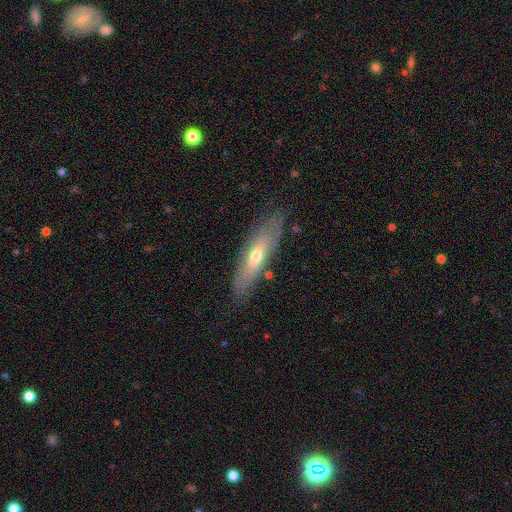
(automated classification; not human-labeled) The model was most divided on "edge-on disk": no: 53%, yes: 47%. More confident: merging — none (79%); smooth or featured — featured or disk (52%).